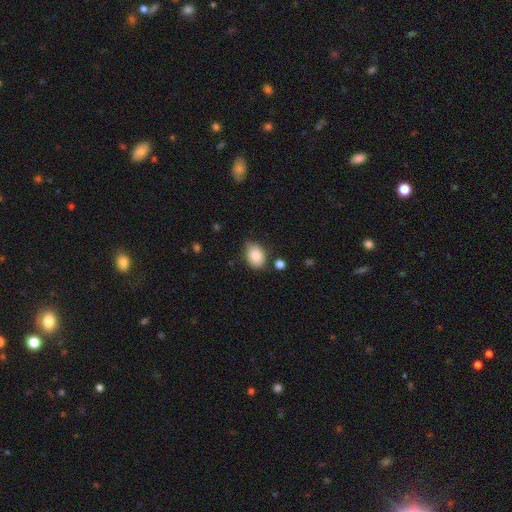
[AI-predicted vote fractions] This is clearly a smooth galaxy (87%). How rounded: likely in between (75%). Merging: likely none (70%).